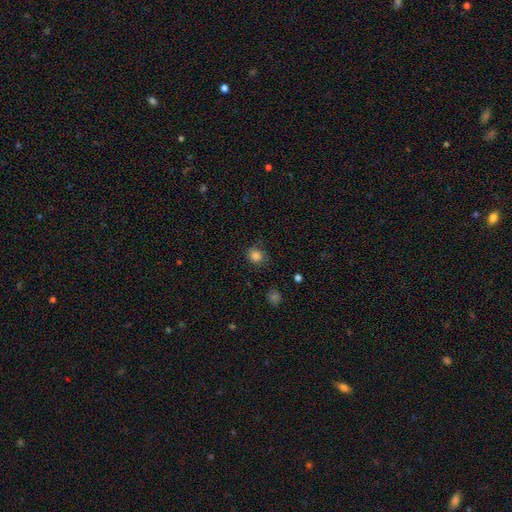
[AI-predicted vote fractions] smooth 84%, star or artifact 12%, featured or disk 4%. Down the decision tree: how rounded — round (84%); merging — none (80%).